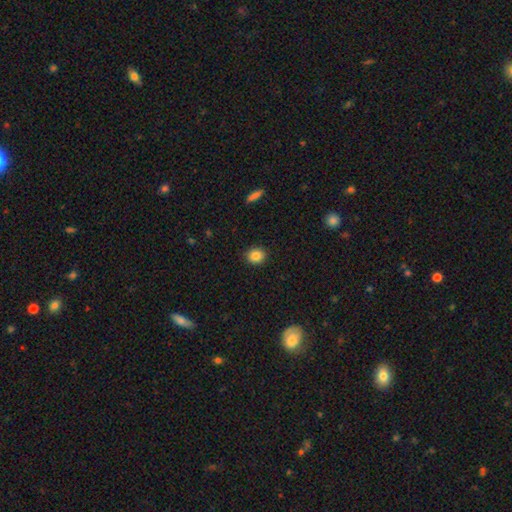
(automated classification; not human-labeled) This appears to be a smooth galaxy with no disk features (85%) that is round (78%). Merging: none (91%).